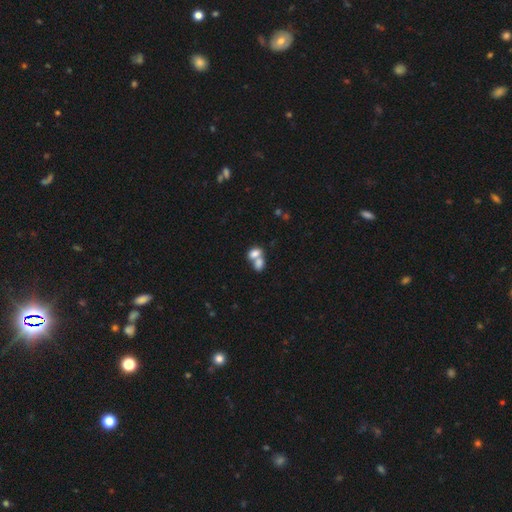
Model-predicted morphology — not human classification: smooth 79%, featured or disk 13%, star or artifact 8%. Down the decision tree: how rounded — in between (84%); merging — merger (70%).